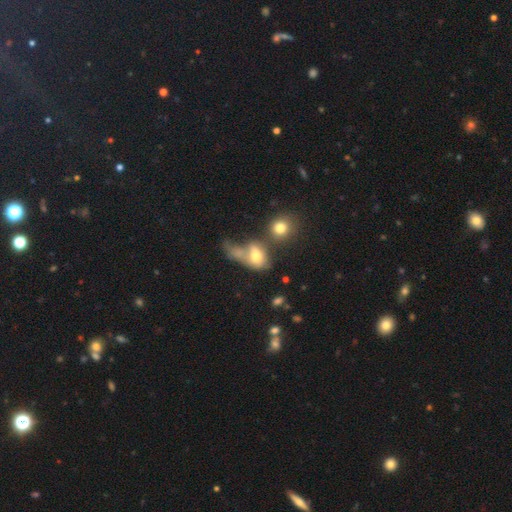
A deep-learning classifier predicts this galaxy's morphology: Smooth or featured? Predicted: smooth (p=0.63). How rounded? Predicted: in between (p=0.72). Merging? Predicted: merger (p=0.43).